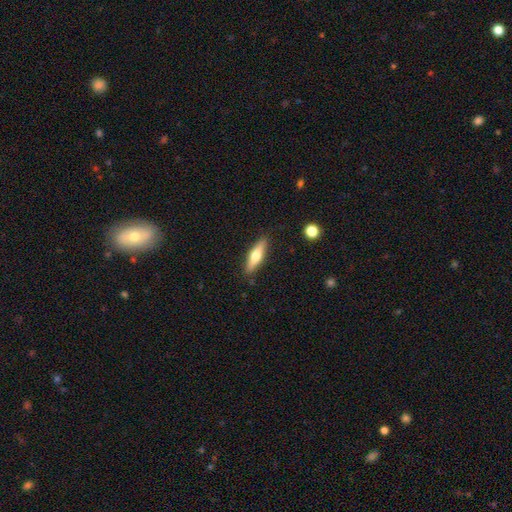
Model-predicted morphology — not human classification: Overall: smooth (51%; featured or disk 43%). How rounded: cigar-shaped (66%; in between 32%). Merging: none (87%).